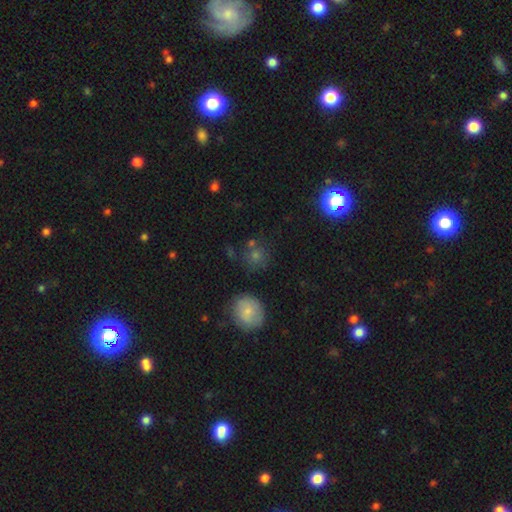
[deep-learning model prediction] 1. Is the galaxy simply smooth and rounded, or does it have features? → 64% smooth, 26% star or artifact, 10% featured or disk.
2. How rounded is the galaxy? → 89% round, 9% in between, 1% cigar-shaped.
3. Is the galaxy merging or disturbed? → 75% none, 11% merger, 10% minor disturbance, 4% major disturbance.